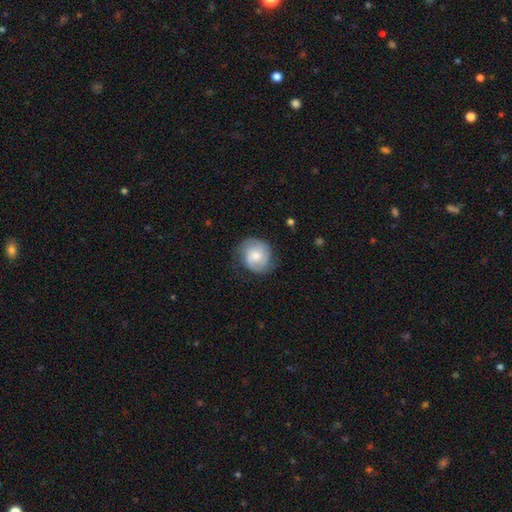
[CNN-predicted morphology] Q: Smooth or featured?
A: smooth (51%); runner-up: featured or disk (42%)
Q: How rounded?
A: round (79%); runner-up: in between (20%)
Q: Merging?
A: none (65%); runner-up: minor disturbance (25%)